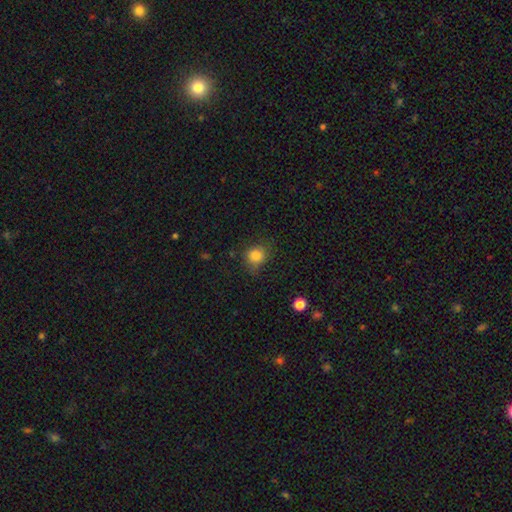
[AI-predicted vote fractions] smooth 84%, star or artifact 11%, featured or disk 6%. Down the decision tree: how rounded — round (74%); merging — none (69%).